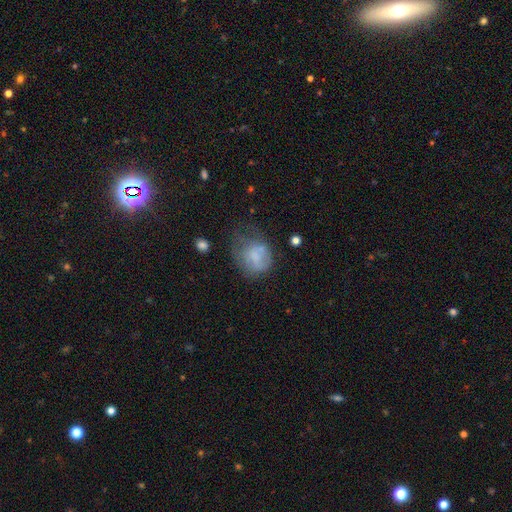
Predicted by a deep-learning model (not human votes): Morphology: type=smooth (60%); roundness=round (55%); merging=major disturbance (35%).